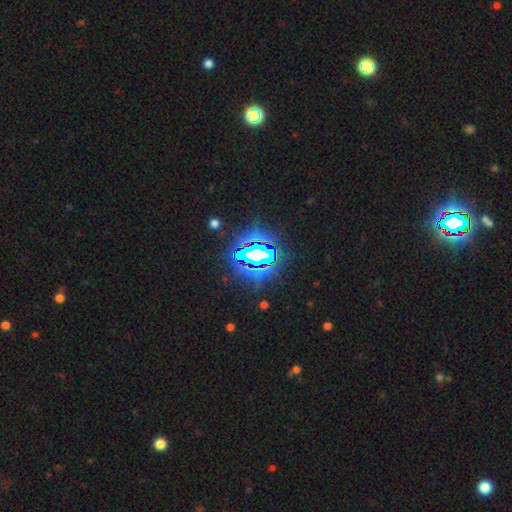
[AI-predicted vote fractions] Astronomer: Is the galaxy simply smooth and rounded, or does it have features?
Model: star or artifact — 77%.